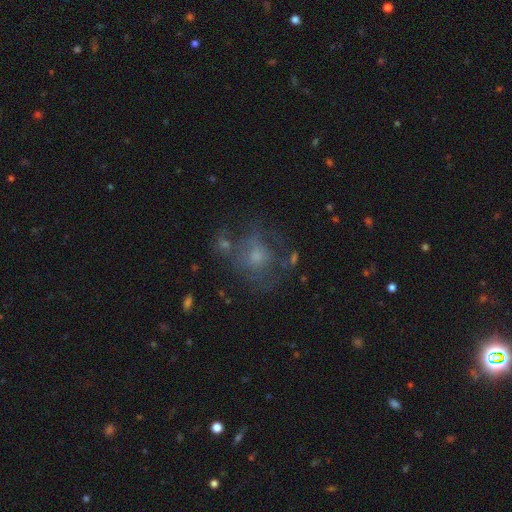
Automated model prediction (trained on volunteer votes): smooth_or_featured: featured or disk (p=0.42) [alt: smooth p=0.41]
merging: none (p=0.51) [alt: major disturbance p=0.21]